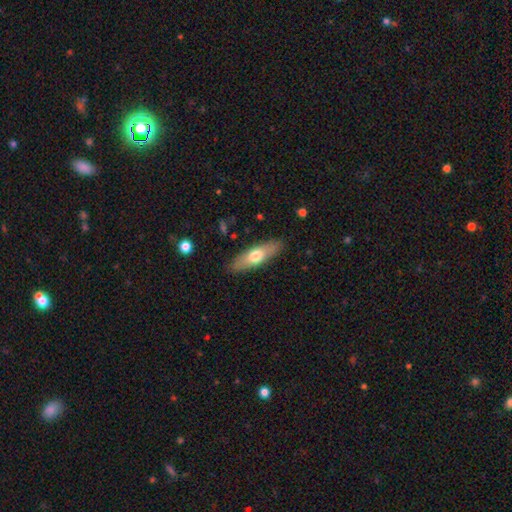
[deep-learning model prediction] Q: Smooth or featured?
A: smooth (60%); runner-up: featured or disk (35%)
Q: How rounded?
A: cigar-shaped (55%); runner-up: in between (43%)
Q: Merging?
A: none (87%); runner-up: minor disturbance (10%)